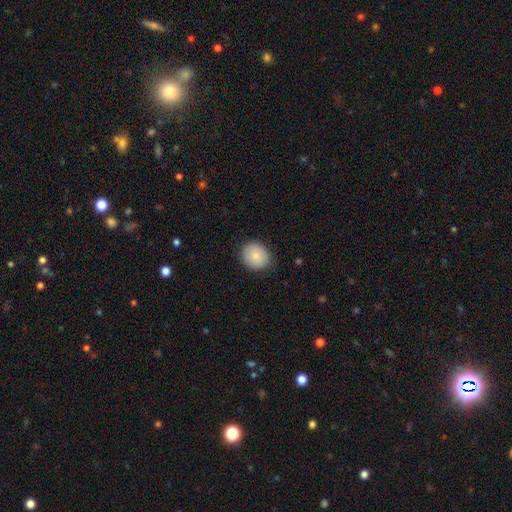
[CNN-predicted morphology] smooth_or_featured: smooth (p=0.80) [alt: featured or disk p=0.13]
how_rounded: round (p=0.67) [alt: in between p=0.32]
merging: none (p=0.83) [alt: minor disturbance p=0.13]